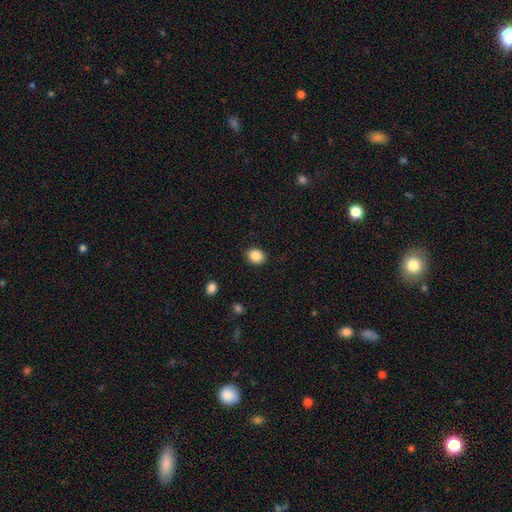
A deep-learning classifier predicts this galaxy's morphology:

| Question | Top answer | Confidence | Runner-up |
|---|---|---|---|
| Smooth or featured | smooth | 86% | star or artifact (9%) |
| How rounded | round | 52% | in between (47%) |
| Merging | none | 89% | minor disturbance (8%) |